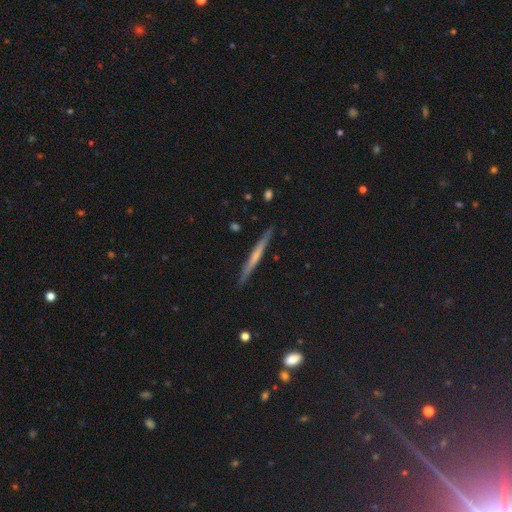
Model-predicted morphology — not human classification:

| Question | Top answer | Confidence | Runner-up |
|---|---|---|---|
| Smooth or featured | featured or disk | 54% | smooth (39%) |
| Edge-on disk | yes | 97% | no (3%) |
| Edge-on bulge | none | 62% | rounded (30%) |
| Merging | none | 90% | minor disturbance (7%) |